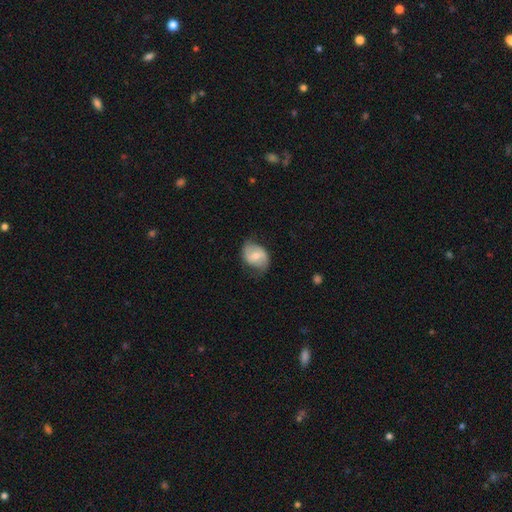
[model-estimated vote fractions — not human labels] A featured or disk galaxy (49%). Merging: none (63%).